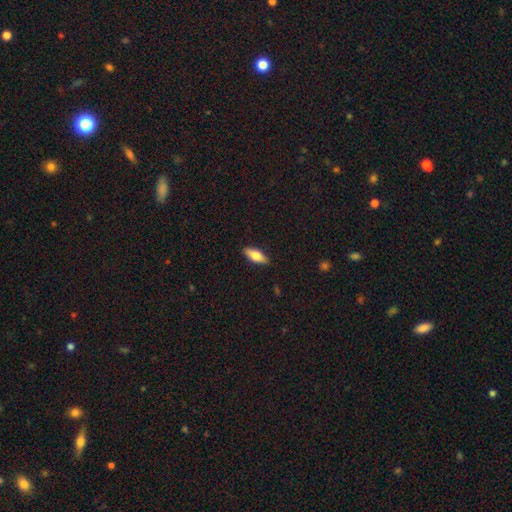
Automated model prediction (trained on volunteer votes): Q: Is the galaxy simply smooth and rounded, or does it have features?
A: smooth — 67%.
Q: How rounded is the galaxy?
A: in between — 74%.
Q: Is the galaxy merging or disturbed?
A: none — 89%.